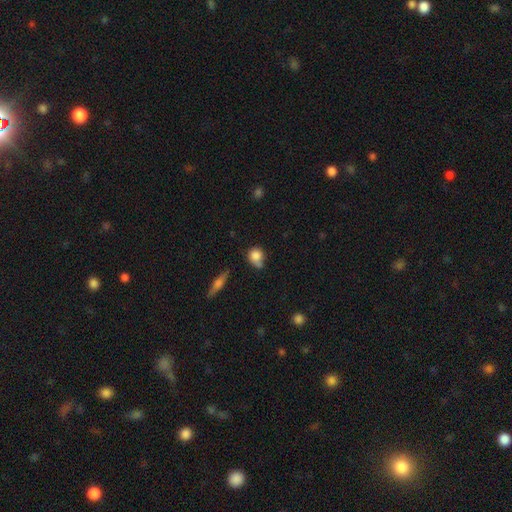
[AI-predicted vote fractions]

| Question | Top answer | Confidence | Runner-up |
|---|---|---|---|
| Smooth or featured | smooth | 81% | featured or disk (10%) |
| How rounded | round | 73% | in between (25%) |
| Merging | none | 48% | minor disturbance (31%) |